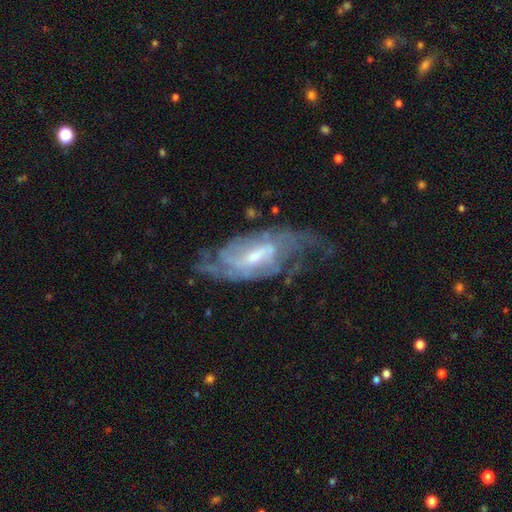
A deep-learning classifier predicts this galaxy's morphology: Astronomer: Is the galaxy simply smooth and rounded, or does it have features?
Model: featured or disk — 84%.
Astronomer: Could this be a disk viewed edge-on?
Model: no — 92%.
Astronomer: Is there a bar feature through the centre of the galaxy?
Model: weak — 51% (runner-up: no, 26%).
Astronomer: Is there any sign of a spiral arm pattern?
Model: yes — 91%.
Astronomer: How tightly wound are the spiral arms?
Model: tight — 43% (runner-up: medium, 40%).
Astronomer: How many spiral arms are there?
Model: can't tell — 39% (runner-up: 2, 32%).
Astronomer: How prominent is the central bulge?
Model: small — 48% (runner-up: moderate, 44%).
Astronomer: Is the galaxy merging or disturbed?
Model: none — 58%.